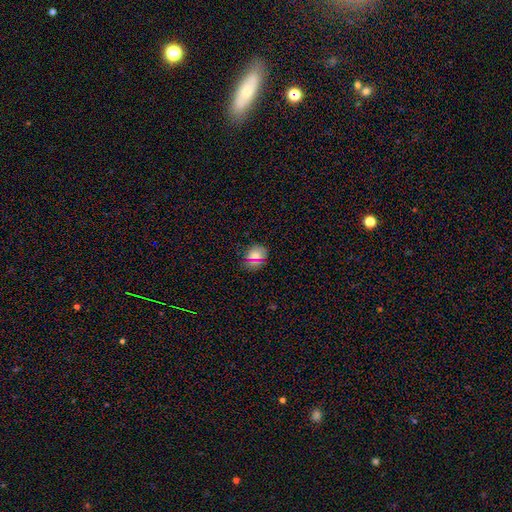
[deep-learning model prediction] Overall: smooth (74%). How rounded: round (59%; in between 39%). Merging: none (85%).